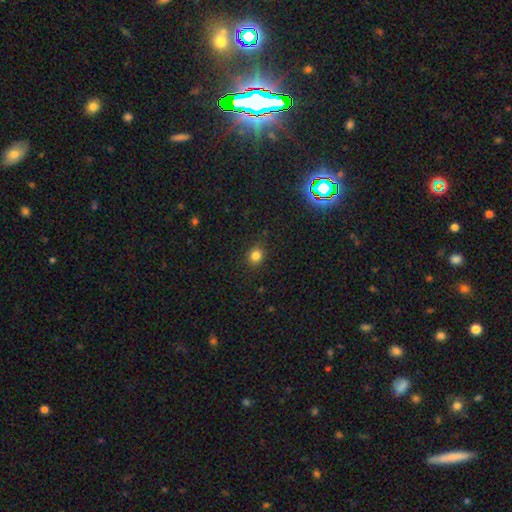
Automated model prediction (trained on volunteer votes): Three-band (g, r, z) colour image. It shows a smooth galaxy with no disk features (82%) that is round (80%). Merging: none (87%).